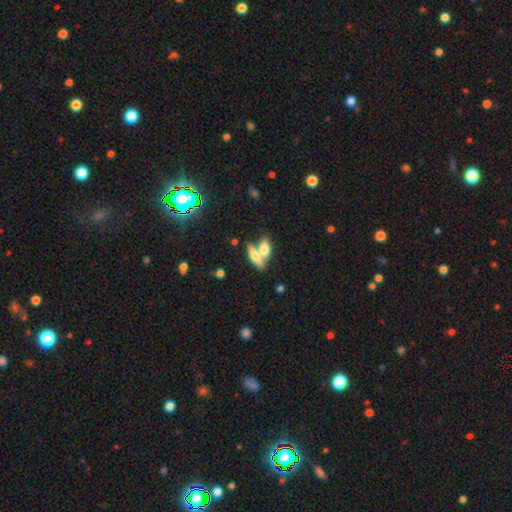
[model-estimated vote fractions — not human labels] This is likely a smooth galaxy (62%). How rounded: likely in between (68%). Merging: possibly merger (58%).